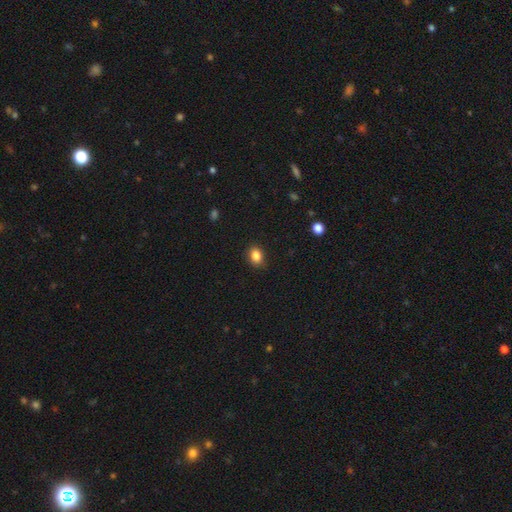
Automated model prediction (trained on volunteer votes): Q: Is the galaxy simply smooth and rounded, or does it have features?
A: smooth — 85%.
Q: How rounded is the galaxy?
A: in between — 61%.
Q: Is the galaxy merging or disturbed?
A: none — 88%.